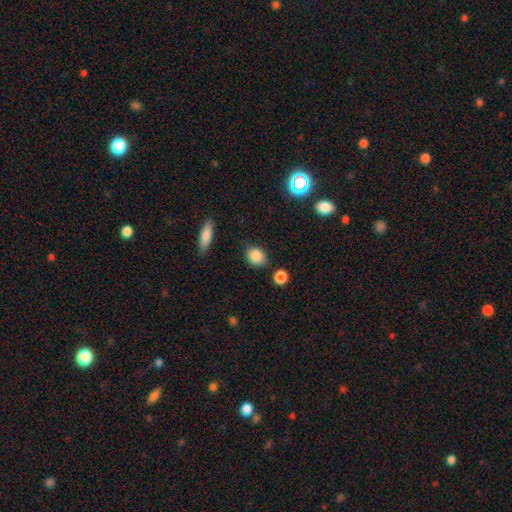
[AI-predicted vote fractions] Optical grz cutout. It shows a smooth galaxy with no disk features (86%) that is round (56%). Merging: none (80%).